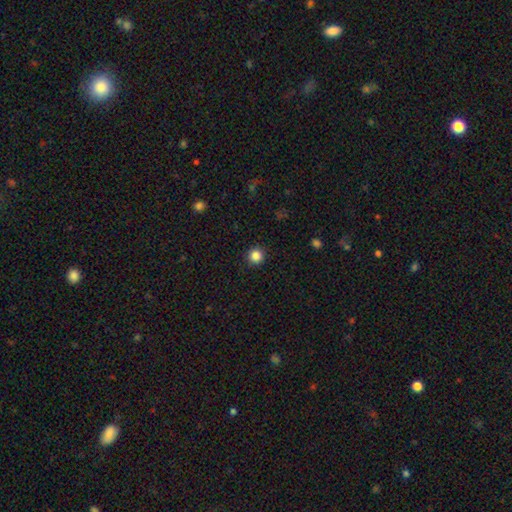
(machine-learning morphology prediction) This appears to be a smooth galaxy with no disk features (85%) that is round (95%). Merging: none (93%).